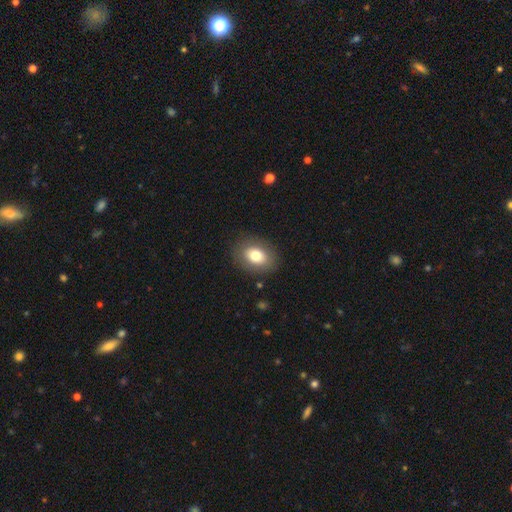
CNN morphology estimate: Smooth or featured? smooth (78%)
How rounded? in between (68%)
Merging? none (86%)